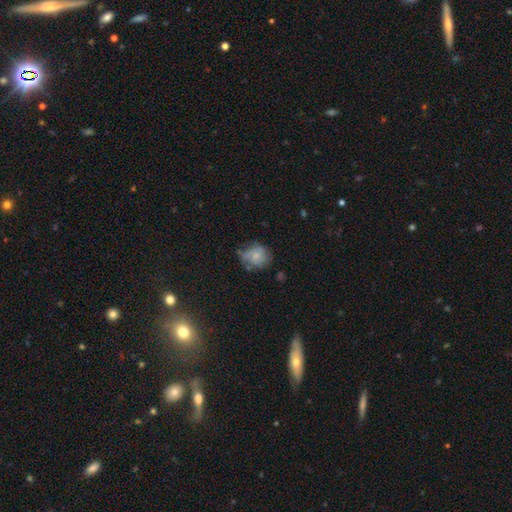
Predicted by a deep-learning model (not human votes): Smooth or featured? Predicted: smooth (p=0.65). How rounded? Predicted: round (p=0.65). Merging? Predicted: none (p=0.49).